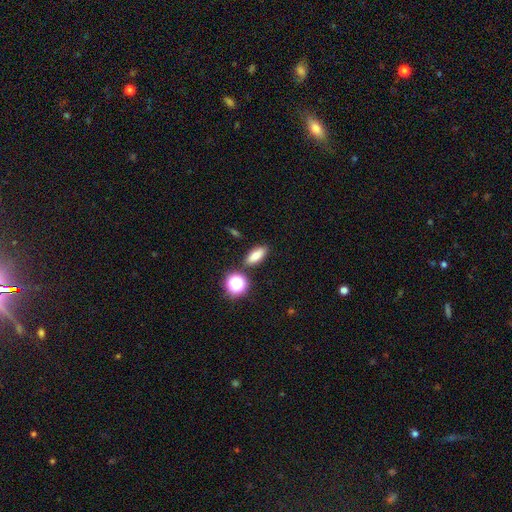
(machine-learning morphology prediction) Smooth or featured? Predicted: smooth (p=0.77). How rounded? Predicted: in between (p=0.68). Merging? Predicted: none (p=0.84).